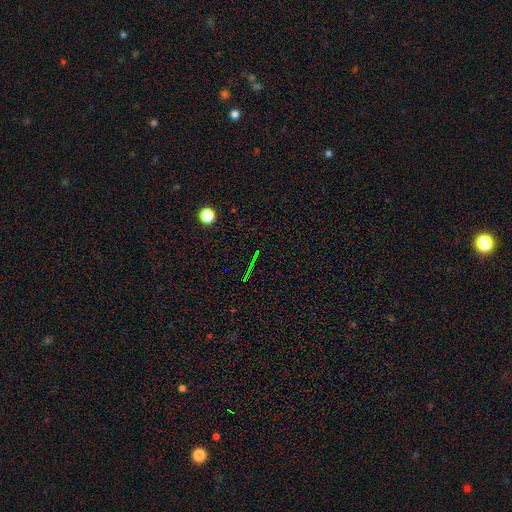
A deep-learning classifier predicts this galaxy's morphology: A star or artifact, not a galaxy (73%).